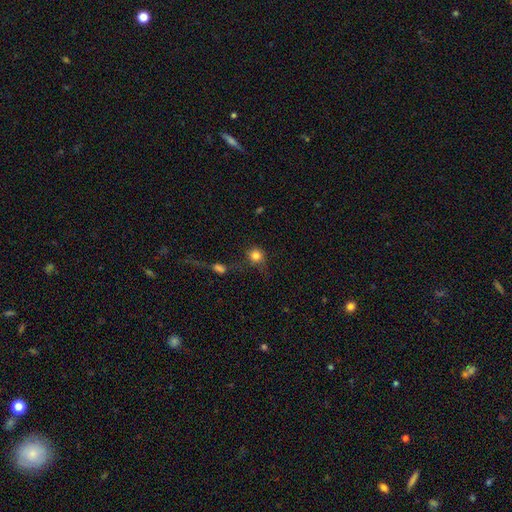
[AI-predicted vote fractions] smooth_or_featured: smooth (p=0.80) [alt: star or artifact p=0.12]
how_rounded: round (p=0.86) [alt: in between p=0.13]
merging: none (p=0.52) [alt: minor disturbance p=0.18]